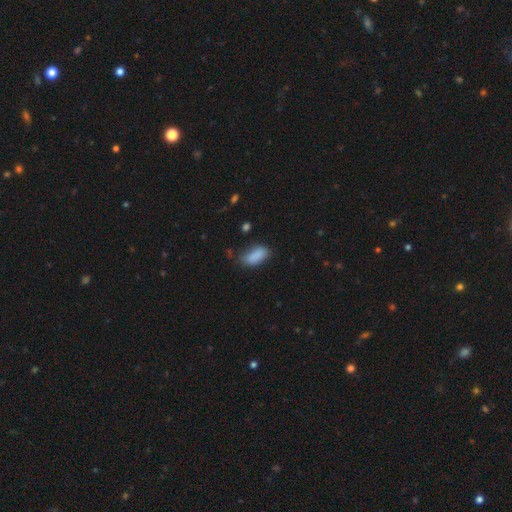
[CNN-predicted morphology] The model was most divided on "merging": none: 66%, minor disturbance: 25%, major disturbance: 7%, merger: 2%. More confident: how rounded — in between (88%); smooth or featured — smooth (87%).